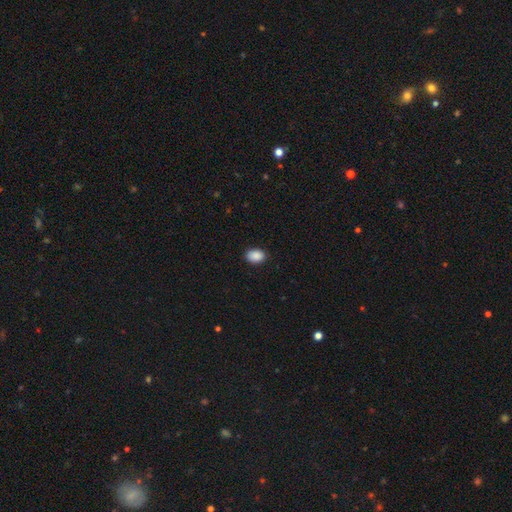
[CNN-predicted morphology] Smooth or featured? Predicted: smooth (p=0.90). How rounded? Predicted: in between (p=0.80). Merging? Predicted: none (p=0.89).